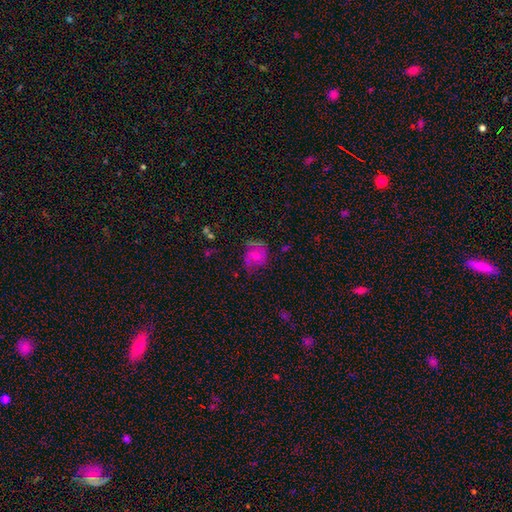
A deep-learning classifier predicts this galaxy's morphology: A featured or disk galaxy (67%) with no bar (69%), 2 (71%) medium (47%) spiral arms (89%) and a small central bulge (50%).

Vote fractions:
- Smooth or featured? featured or disk: 67% / smooth: 23% / star or artifact: 11%
- Edge-on disk? no: 98% / yes: 2%
- Bar? no: 69% / weak: 27% / strong: 4%
- Spiral arms? yes: 89% / no: 11%
- Spiral winding? medium: 47% / tight: 33% / loose: 20%
- Spiral arm count? 2: 71% / can't tell: 14% / 1: 6% / 3: 6% / 4: 2% / more than 4: 2%
- Bulge size? small: 50% / moderate: 42% / none: 5% / large: 3% / dominant: 1%
- Merging? none: 65% / minor disturbance: 21% / major disturbance: 12% / merger: 2%